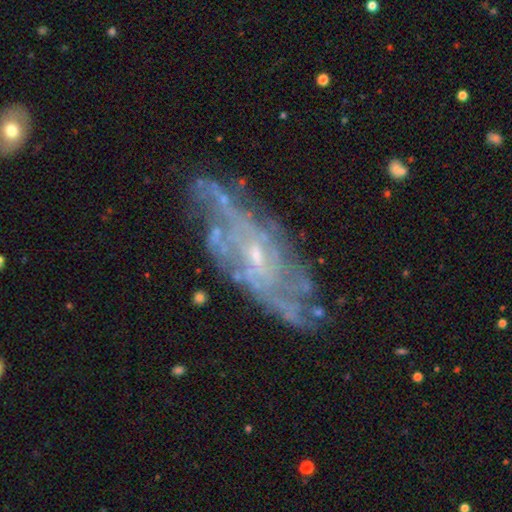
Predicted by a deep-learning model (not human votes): A featured or disk galaxy (82%) with no bar (64%), tight (47%) spiral arms (86%) and a small central bulge (76%).

Vote fractions:
- Smooth or featured? featured or disk: 82% / smooth: 10% / star or artifact: 8%
- Edge-on disk? no: 84% / yes: 16%
- Bar? no: 64% / weak: 30% / strong: 6%
- Spiral arms? yes: 86% / no: 14%
- Spiral winding? tight: 47% / medium: 37% / loose: 16%
- Spiral arm count? can't tell: 51% / 2: 17% / 3: 10% / 4: 10% / more than 4: 7% / 1: 5%
- Bulge size? small: 76% / moderate: 18% / none: 4% / large: 1% / dominant: 1%
- Merging? none: 72% / minor disturbance: 18% / major disturbance: 8% / merger: 3%